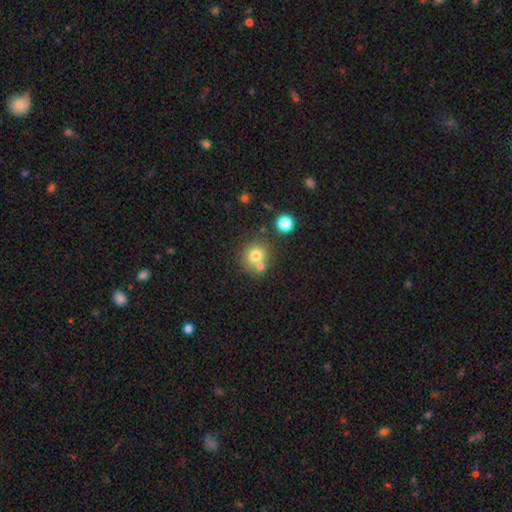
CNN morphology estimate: smooth-or-featured: smooth: 74% | featured or disk: 14% | star or artifact: 12%
  how-rounded: round: 78% | in between: 21% | cigar-shaped: 1%
  merging: none: 53% | merger: 33% | minor disturbance: 10% | major disturbance: 4%